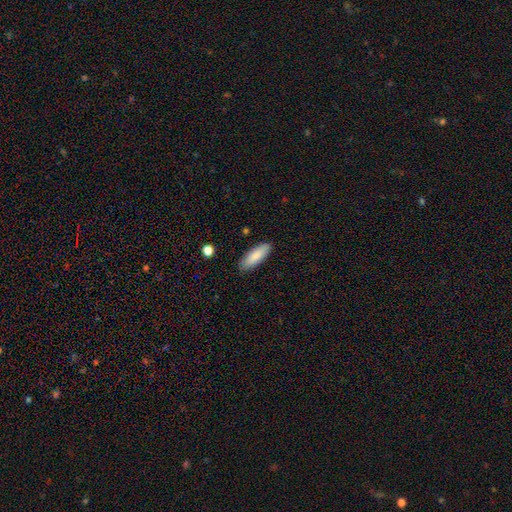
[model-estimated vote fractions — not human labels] A smooth galaxy with no disk features (86%) that is in between round and cigar-shaped (62%).

Vote fractions:
- Smooth or featured? smooth: 86% / featured or disk: 8% / star or artifact: 6%
- How rounded? in between: 62% / cigar-shaped: 37% / round: 1%
- Merging? none: 87% / minor disturbance: 10% / major disturbance: 2% / merger: 1%